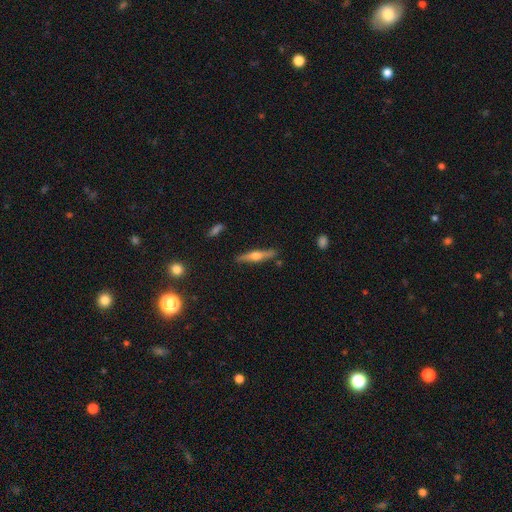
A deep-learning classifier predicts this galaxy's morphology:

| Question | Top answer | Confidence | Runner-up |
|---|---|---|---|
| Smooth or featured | featured or disk | 65% | smooth (29%) |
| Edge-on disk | yes | 97% | no (3%) |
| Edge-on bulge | rounded | 93% | boxy (4%) |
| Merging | none | 87% | minor disturbance (9%) |